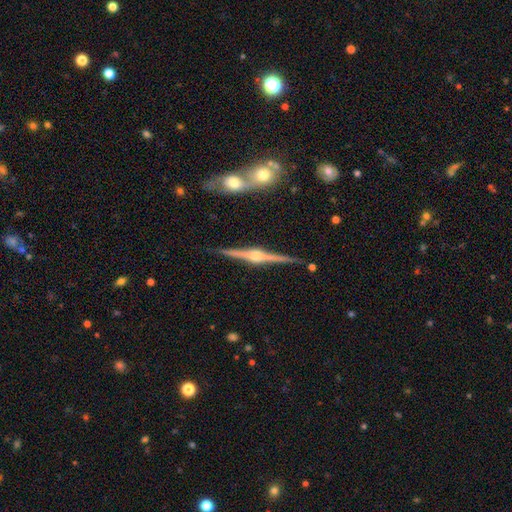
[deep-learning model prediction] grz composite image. It shows a featured or disk galaxy (89%) viewed edge-on (98%) with a rounded central bulge (91%). Merging: none (87%).